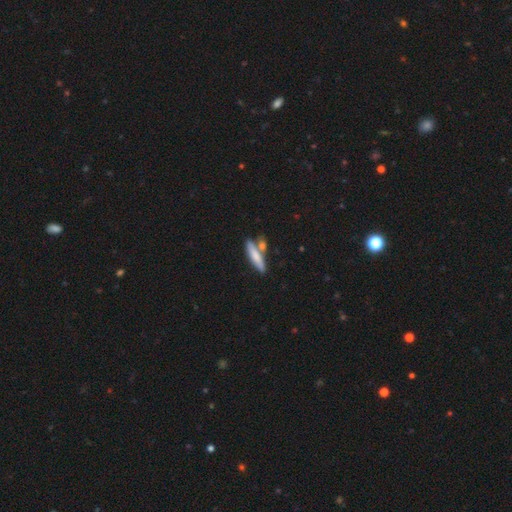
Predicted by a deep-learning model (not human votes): The model was most divided on "merging": none: 61%, merger: 22%, minor disturbance: 13%, major disturbance: 4%. More confident: how rounded — cigar-shaped (78%); smooth or featured — smooth (71%).